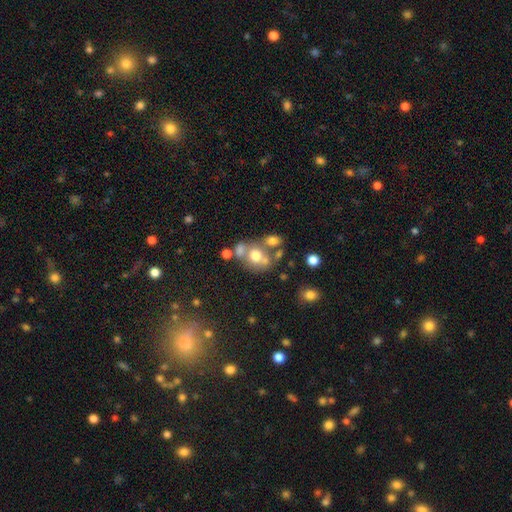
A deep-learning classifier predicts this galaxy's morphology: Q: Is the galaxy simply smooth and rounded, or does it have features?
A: smooth — 61%.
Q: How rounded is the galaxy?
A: round — 60%.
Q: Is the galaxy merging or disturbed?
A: none — 41%.